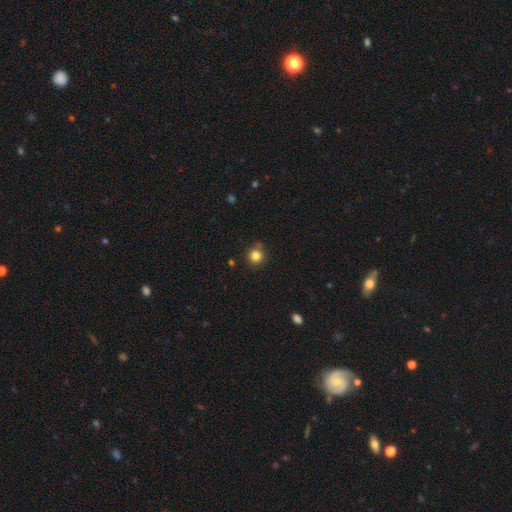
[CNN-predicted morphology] smooth_or_featured: smooth (p=0.82) [alt: star or artifact p=0.13]
how_rounded: round (p=0.91) [alt: in between p=0.08]
merging: none (p=0.82) [alt: minor disturbance p=0.11]